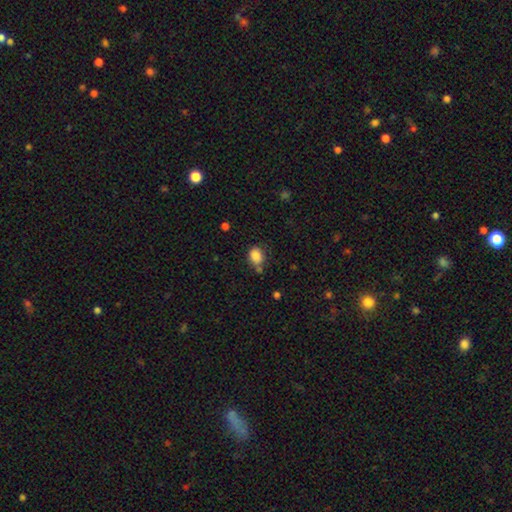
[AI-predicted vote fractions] Smooth or featured?
  - smooth: 84% *
  - star or artifact: 10%
  - featured or disk: 6%
How rounded?
  - round: 56% *
  - in between: 43%
  - cigar-shaped: 1%
Merging?
  - none: 61% *
  - minor disturbance: 22%
  - merger: 11%
  - major disturbance: 6%